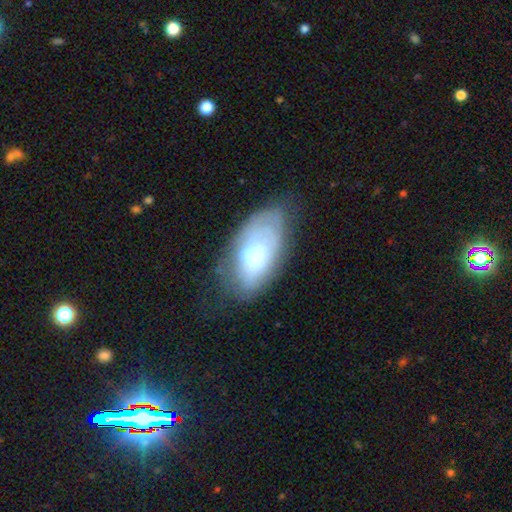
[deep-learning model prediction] smooth-or-featured: smooth: 53% | featured or disk: 38% | star or artifact: 9%
  how-rounded: in between: 93% | round: 4% | cigar-shaped: 3%
  merging: none: 44% | minor disturbance: 32% | major disturbance: 20% | merger: 4%